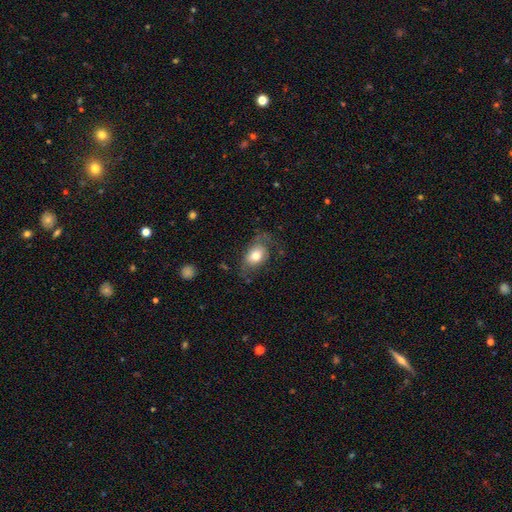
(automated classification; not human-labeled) Overall: smooth (68%). How rounded: in between (79%). Merging: none (49%; minor disturbance 28%).